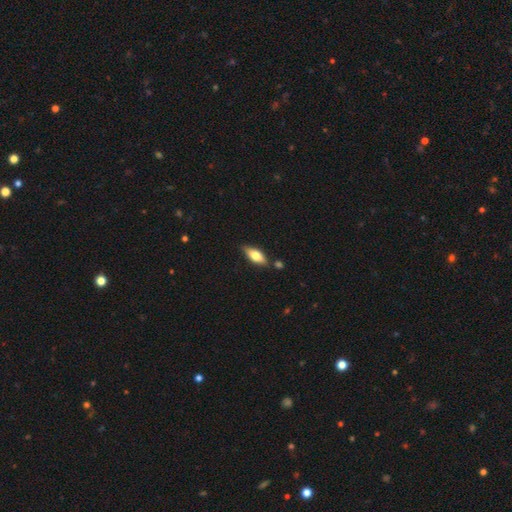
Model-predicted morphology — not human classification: type=smooth (62%); roundness=in between (72%); merging=none (78%).